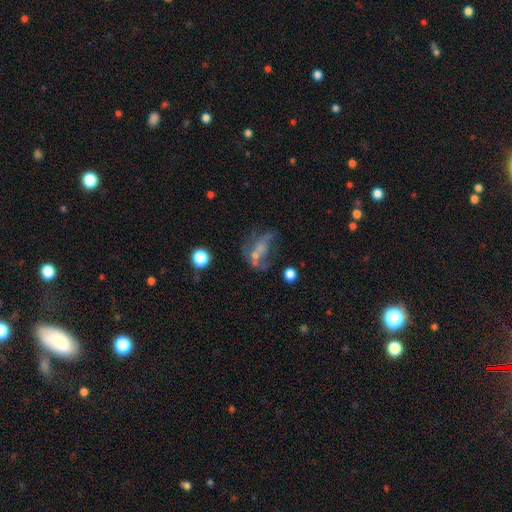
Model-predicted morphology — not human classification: type=featured or disk (51%); edge-on=no (95%); merging=major disturbance (35%).